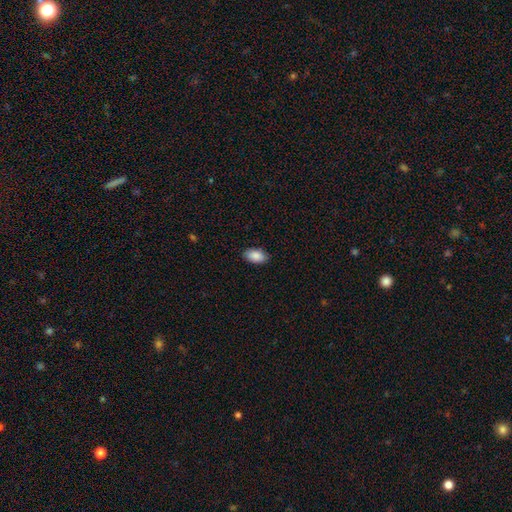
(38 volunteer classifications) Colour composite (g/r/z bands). It shows a smooth galaxy with no disk features (97%) that is in between round and cigar-shaped (100%). Merging: none (86%).